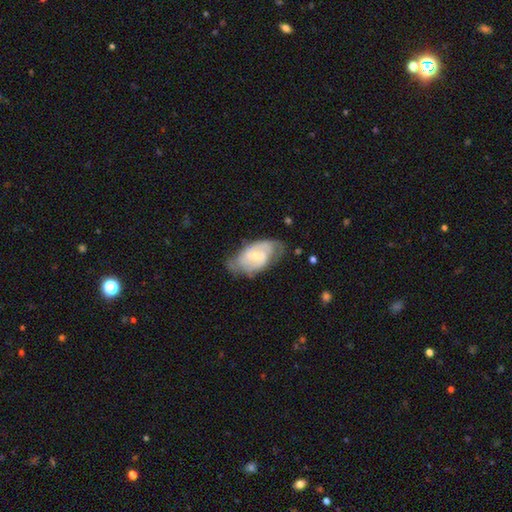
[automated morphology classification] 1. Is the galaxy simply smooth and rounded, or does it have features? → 78% featured or disk, 16% smooth, 6% star or artifact.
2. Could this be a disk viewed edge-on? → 95% no, 5% yes.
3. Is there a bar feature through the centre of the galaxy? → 44% weak, 43% no, 13% strong.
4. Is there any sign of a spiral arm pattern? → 91% yes, 9% no.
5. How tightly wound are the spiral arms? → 46% tight, 41% medium, 14% loose.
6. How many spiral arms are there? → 64% 2, 21% can't tell, 8% 3, 3% 1, 2% 4, 2% more than 4.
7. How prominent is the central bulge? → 58% small, 38% moderate, 2% none, 1% large, 1% dominant.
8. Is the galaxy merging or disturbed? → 65% none, 24% minor disturbance, 9% major disturbance, 2% merger.